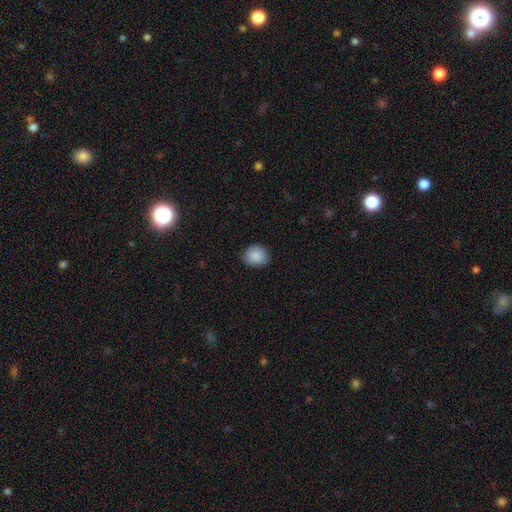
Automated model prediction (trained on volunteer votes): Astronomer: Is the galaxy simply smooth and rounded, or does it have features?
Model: smooth — 88%.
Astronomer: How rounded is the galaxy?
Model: round — 72%.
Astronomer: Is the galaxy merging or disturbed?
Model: none — 83%.